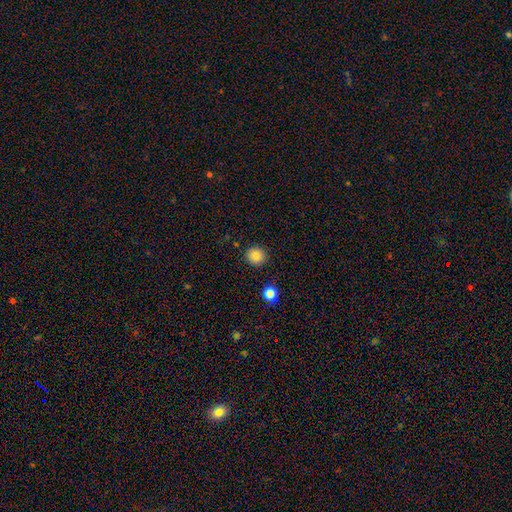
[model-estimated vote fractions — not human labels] This appears to be a smooth galaxy with no disk features (84%) that is round (92%). Merging: none (90%).